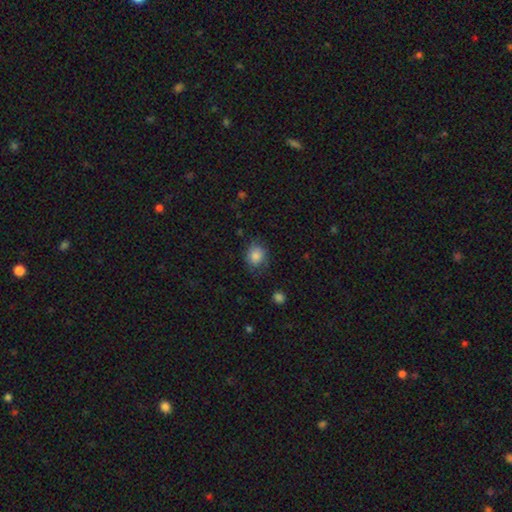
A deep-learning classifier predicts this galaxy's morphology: Smooth or featured: smooth — 85% (star or artifact — 9%)
How rounded: round — 67% (in between — 32%)
Merging: none — 74% (minor disturbance — 19%)